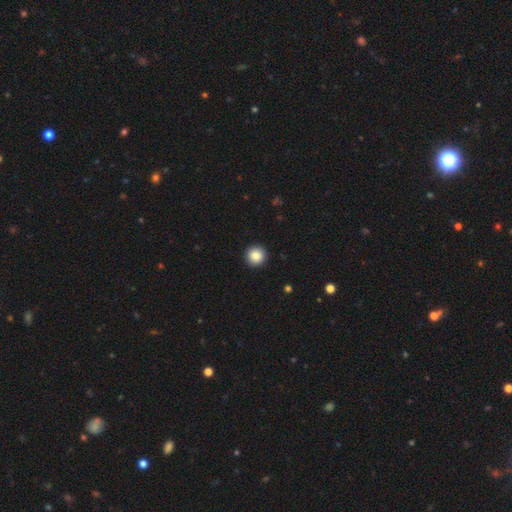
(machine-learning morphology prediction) Smooth or featured? smooth (86%)
How rounded? round (95%)
Merging? none (93%)